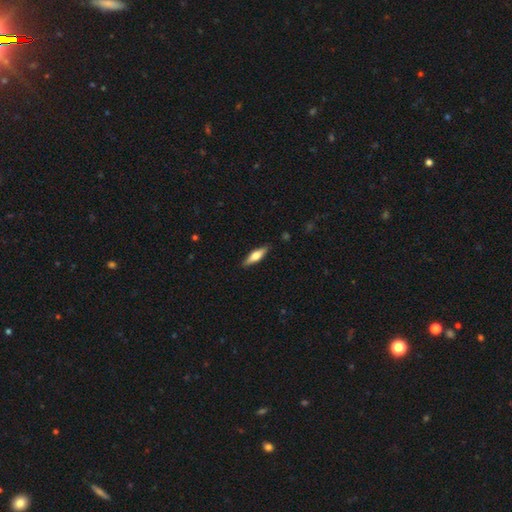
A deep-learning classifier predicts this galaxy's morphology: smooth-or-featured: featured or disk: 50% | smooth: 45% | star or artifact: 6%
  merging: none: 88% | minor disturbance: 9% | major disturbance: 2% | merger: 1%